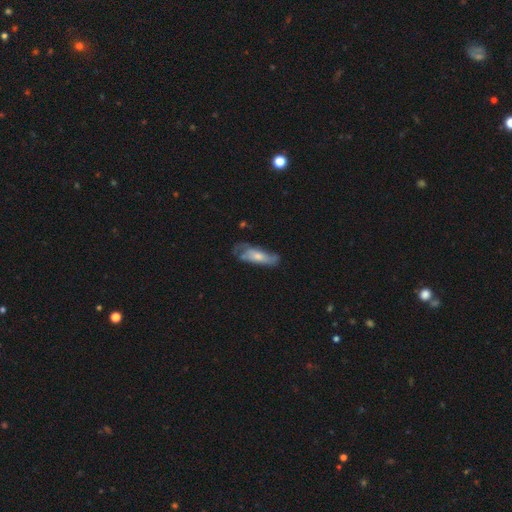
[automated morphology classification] The model was most divided on "smooth or featured": featured or disk: 53%, smooth: 39%, star or artifact: 8%. More confident: edge-on disk — no (72%); merging — none (53%).